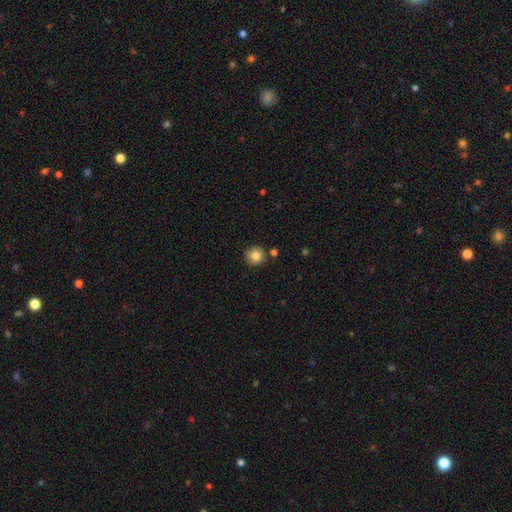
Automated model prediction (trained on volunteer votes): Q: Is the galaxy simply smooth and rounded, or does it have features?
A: smooth — 82%.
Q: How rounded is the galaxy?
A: round — 94%.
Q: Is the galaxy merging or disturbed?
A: none — 86%.